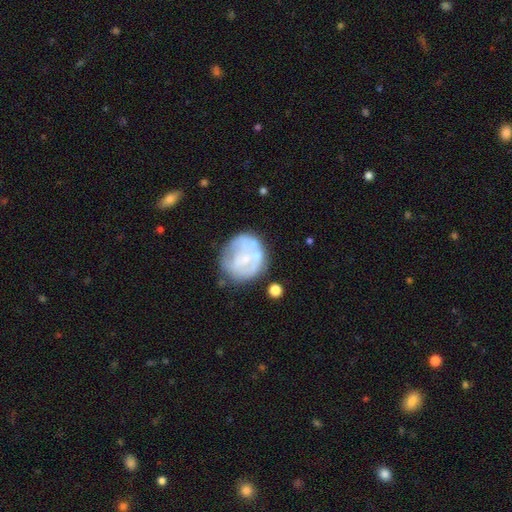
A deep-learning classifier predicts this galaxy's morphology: Smooth or featured: featured or disk — 58% (smooth — 35%)
Edge-on disk: no — 98% (yes — 2%)
Bar: no — 78% (weak — 16%)
Spiral arms: no — 77% (yes — 23%)
Bulge size: none — 37% (small — 32%)
Merging: none — 54% (minor disturbance — 21%)